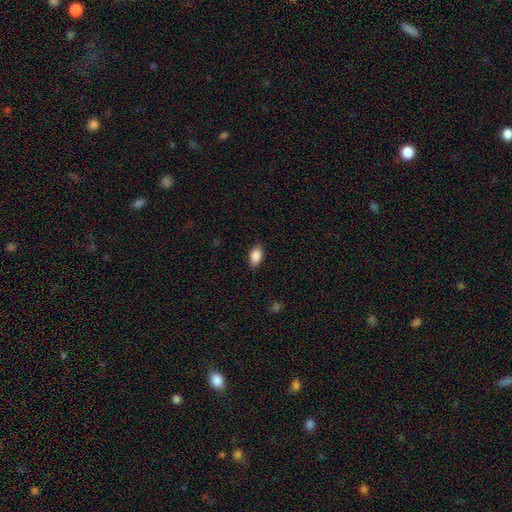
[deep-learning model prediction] Smooth or featured?
  - smooth: 87% *
  - star or artifact: 7%
  - featured or disk: 5%
How rounded?
  - in between: 92% *
  - round: 5%
  - cigar-shaped: 3%
Merging?
  - none: 87% *
  - minor disturbance: 10%
  - major disturbance: 2%
  - merger: 1%